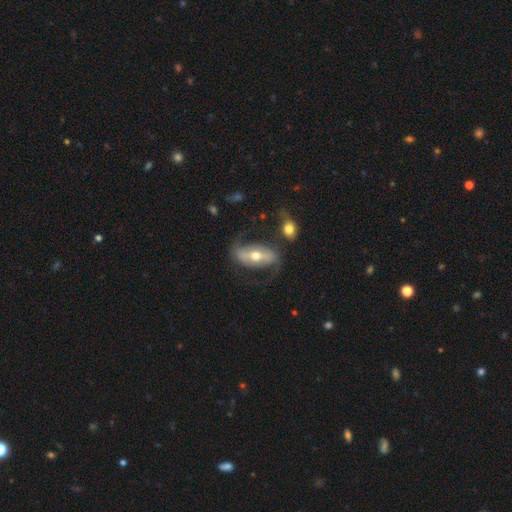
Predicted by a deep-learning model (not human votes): smooth_or_featured: featured or disk (p=0.76) [alt: smooth p=0.18]
disk_edge_on: no (p=0.88) [alt: yes p=0.12]
bar: strong (p=0.59) [alt: weak p=0.23]
has_spiral_arms: yes (p=0.81) [alt: no p=0.19]
spiral_winding: loose (p=0.52) [alt: medium p=0.34]
spiral_arm_count: 2 (p=0.87) [alt: can't tell p=0.06]
bulge_size: moderate (p=0.69) [alt: small p=0.24]
merging: none (p=0.63) [alt: minor disturbance p=0.17]